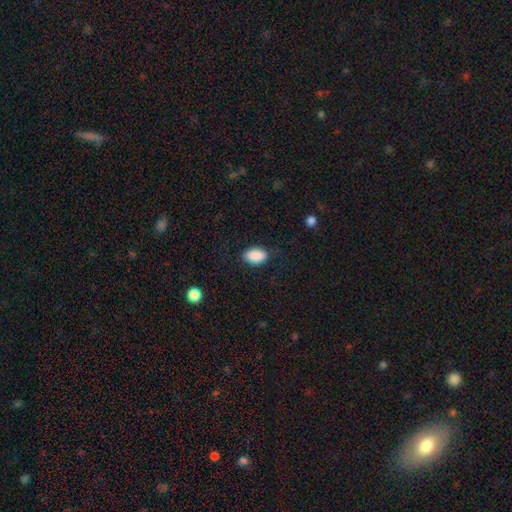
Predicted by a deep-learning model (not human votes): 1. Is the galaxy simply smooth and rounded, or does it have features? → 89% smooth, 7% star or artifact, 4% featured or disk.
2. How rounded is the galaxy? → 91% in between, 7% round, 2% cigar-shaped.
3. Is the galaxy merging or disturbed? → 82% none, 13% minor disturbance, 4% major disturbance, 1% merger.